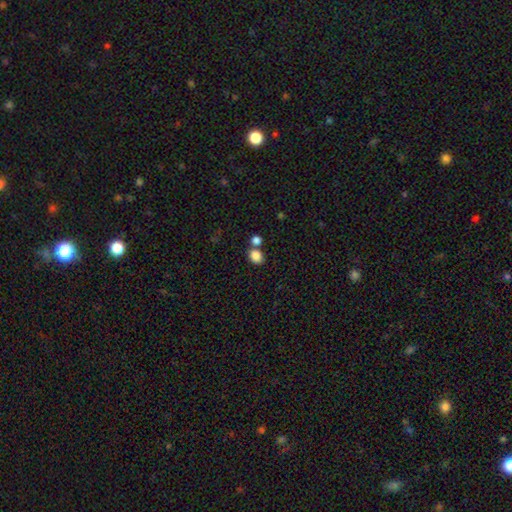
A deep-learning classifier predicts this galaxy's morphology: A smooth galaxy with no disk features (85%) that is in between round and cigar-shaped (50%).

Vote fractions:
- Smooth or featured? smooth: 85% / star or artifact: 10% / featured or disk: 5%
- How rounded? in between: 50% / round: 49% / cigar-shaped: 1%
- Merging? none: 62% / merger: 26% / minor disturbance: 9% / major disturbance: 3%